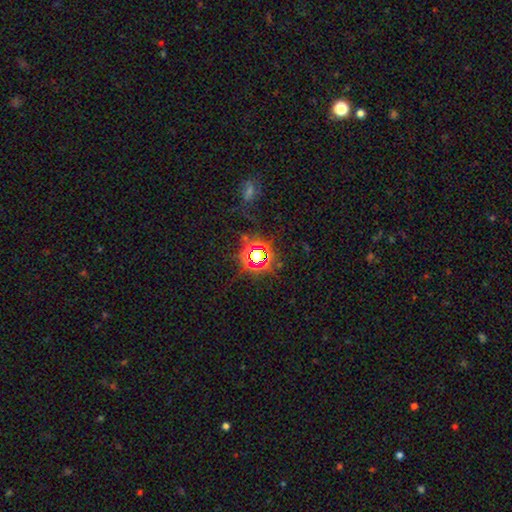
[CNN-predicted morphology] This appears to be a star or artifact, not a galaxy (75%).